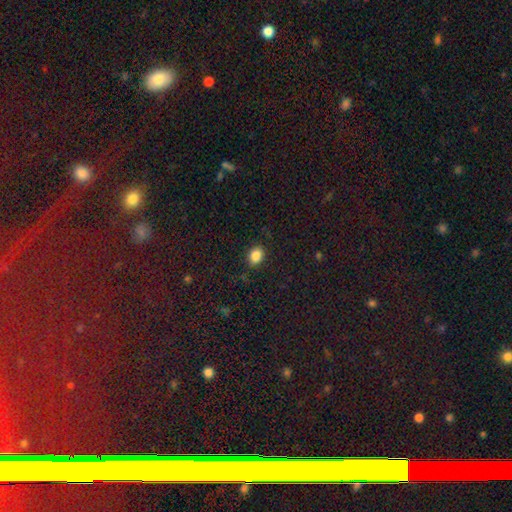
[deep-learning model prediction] Morphology: type=smooth (86%); roundness=in between (53%); merging=none (87%).